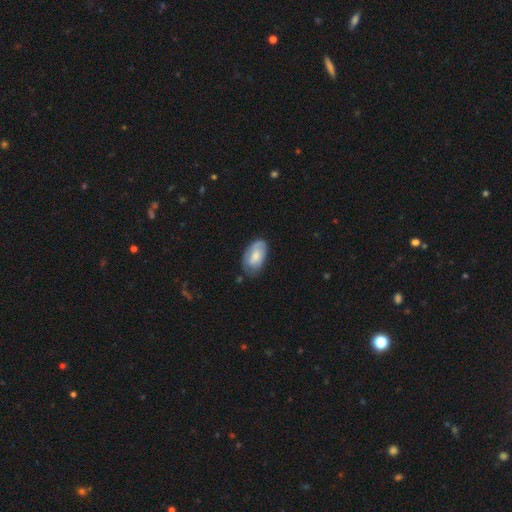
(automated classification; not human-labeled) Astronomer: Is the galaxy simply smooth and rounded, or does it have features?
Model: smooth — 65%.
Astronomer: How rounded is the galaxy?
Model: in between — 94%.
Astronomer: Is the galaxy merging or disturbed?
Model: none — 61%.